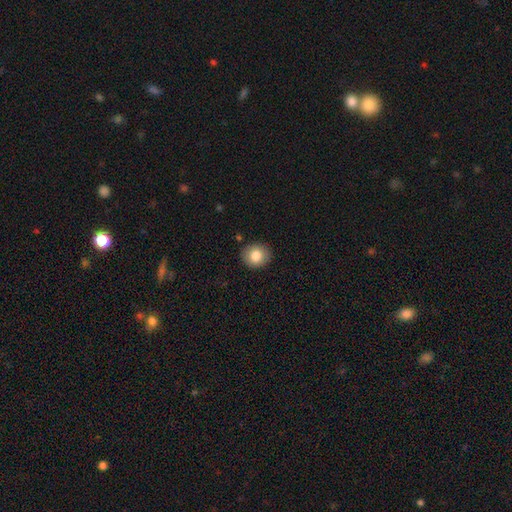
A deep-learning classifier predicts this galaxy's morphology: A smooth galaxy with no disk features (82%) that is round (80%).

Vote fractions:
- Smooth or featured? smooth: 82% / featured or disk: 10% / star or artifact: 8%
- How rounded? round: 80% / in between: 19% / cigar-shaped: 1%
- Merging? none: 89% / minor disturbance: 7% / major disturbance: 2% / merger: 1%